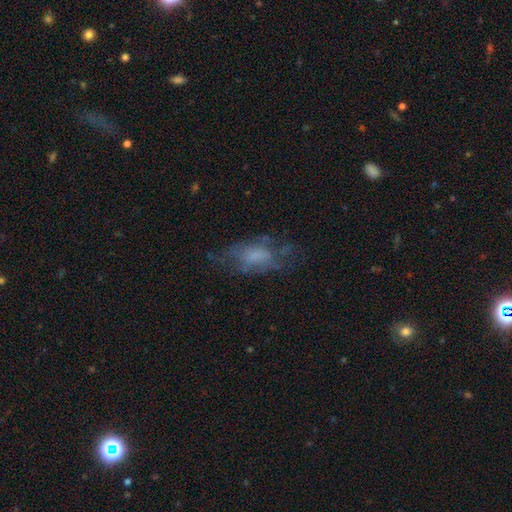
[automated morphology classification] A featured or disk galaxy (45%).

Vote fractions:
- Smooth or featured? featured or disk: 45% / smooth: 43% / star or artifact: 12%
- Merging? none: 50% / major disturbance: 25% / minor disturbance: 24% / merger: 2%